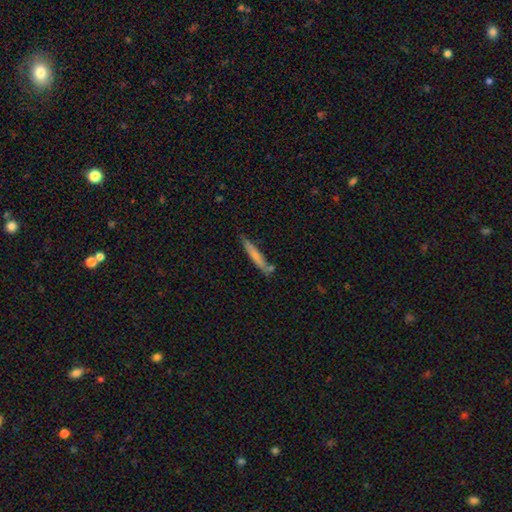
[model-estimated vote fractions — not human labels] A smooth galaxy with no disk features (69%) that is cigar-shaped (94%). Merging: none (75%).